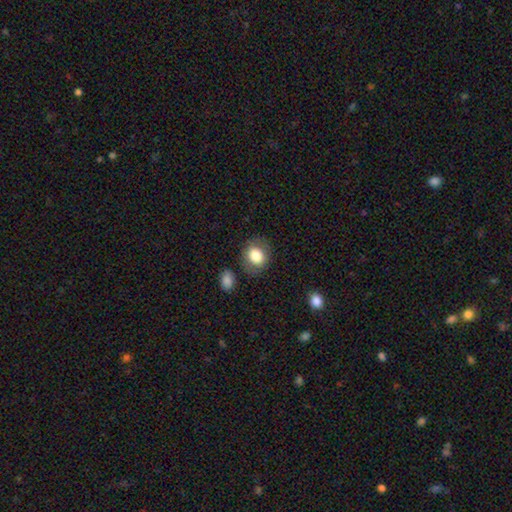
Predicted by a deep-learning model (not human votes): smooth-or-featured: smooth: 81% | featured or disk: 11% | star or artifact: 8%
  how-rounded: round: 60% | in between: 39% | cigar-shaped: 1%
  merging: none: 78% | minor disturbance: 13% | major disturbance: 5% | merger: 3%